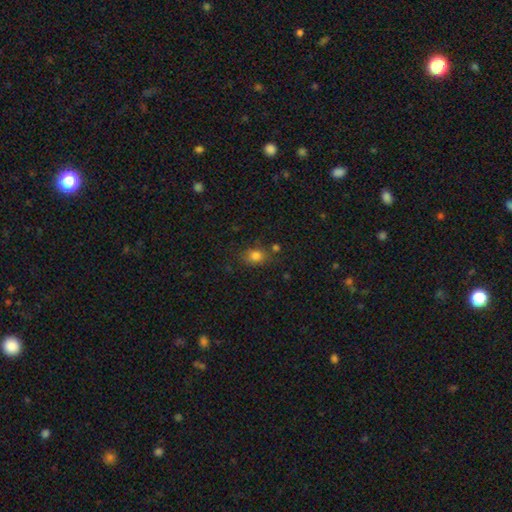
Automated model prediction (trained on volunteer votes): smooth_or_featured: smooth (p=0.81) [alt: star or artifact p=0.12]
how_rounded: in between (p=0.55) [alt: round p=0.44]
merging: none (p=0.74) [alt: minor disturbance p=0.14]